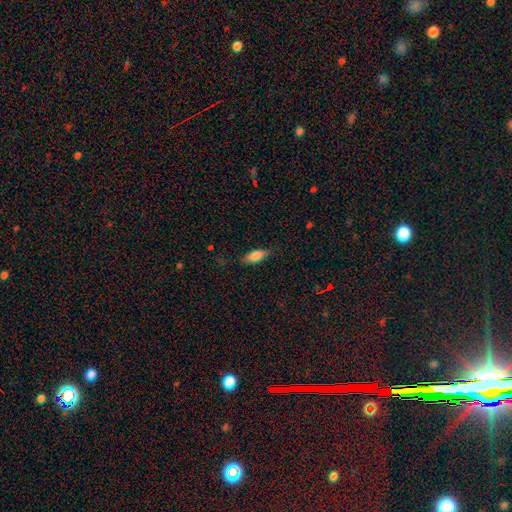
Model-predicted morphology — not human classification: Smooth or featured?
  - smooth: 82% *
  - featured or disk: 11%
  - star or artifact: 7%
How rounded?
  - in between: 79% *
  - cigar-shaped: 19%
  - round: 2%
Merging?
  - none: 78% *
  - minor disturbance: 17%
  - major disturbance: 4%
  - merger: 1%